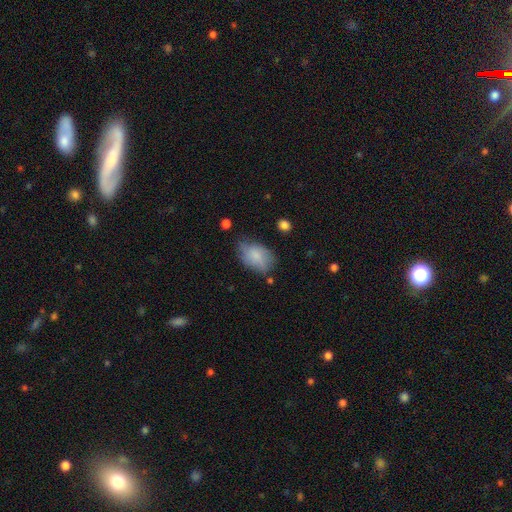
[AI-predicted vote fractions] smooth-or-featured: smooth: 74% | featured or disk: 18% | star or artifact: 8%
  how-rounded: in between: 86% | round: 13% | cigar-shaped: 2%
  merging: none: 51% | minor disturbance: 34% | major disturbance: 11% | merger: 3%